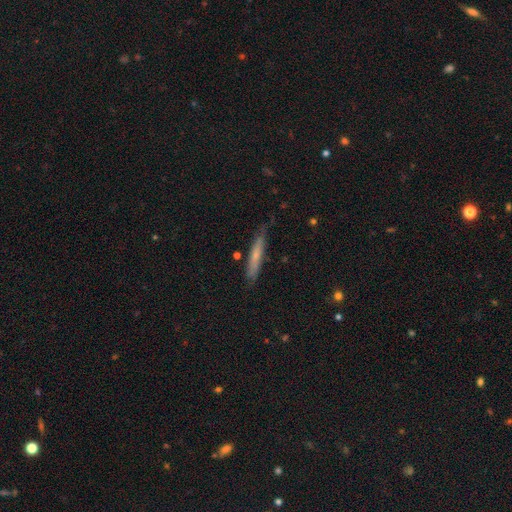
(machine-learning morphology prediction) This appears to be a smooth galaxy with no disk features (58%) that is cigar-shaped (92%). Merging: none (74%).